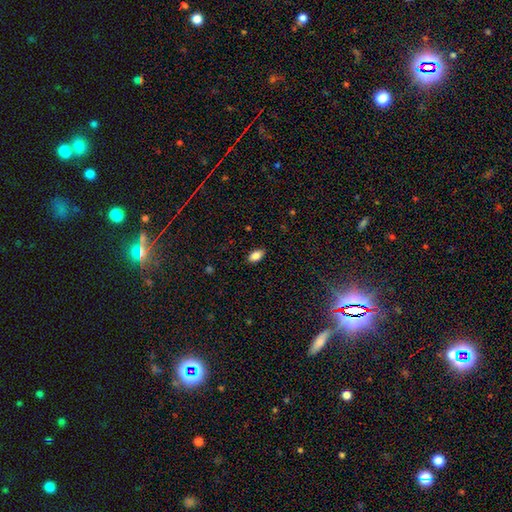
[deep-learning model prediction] Q: Smooth or featured?
A: smooth (85%); runner-up: star or artifact (8%)
Q: How rounded?
A: in between (92%); runner-up: round (4%)
Q: Merging?
A: none (87%); runner-up: minor disturbance (10%)